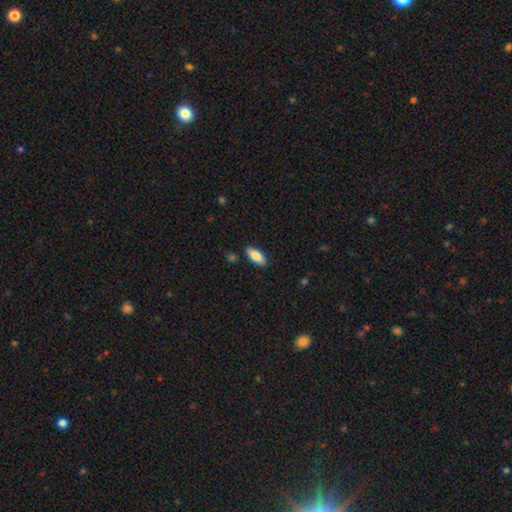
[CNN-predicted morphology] Q: Smooth or featured?
A: smooth (85%); runner-up: featured or disk (9%)
Q: How rounded?
A: in between (80%); runner-up: cigar-shaped (18%)
Q: Merging?
A: none (87%); runner-up: minor disturbance (9%)